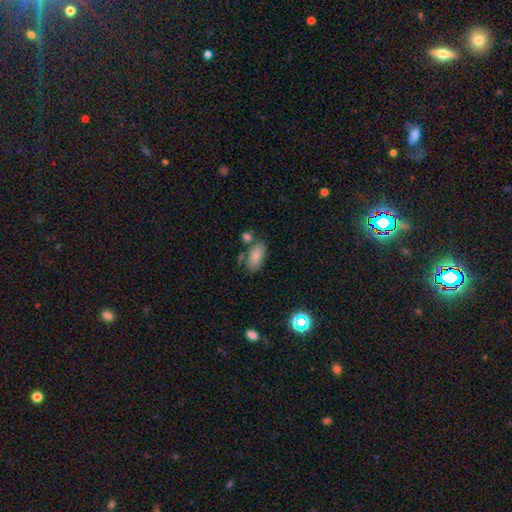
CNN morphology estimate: Smooth or featured: smooth — 79% (featured or disk — 12%)
How rounded: in between — 92% (cigar-shaped — 5%)
Merging: none — 64% (minor disturbance — 18%)